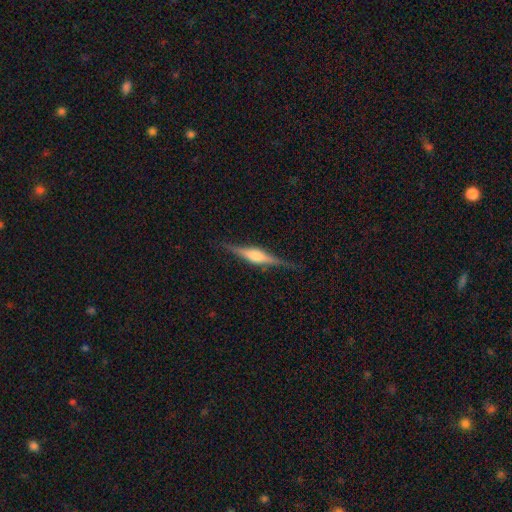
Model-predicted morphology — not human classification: A featured or disk galaxy (76%) viewed edge-on (98%) with a rounded central bulge (79%). Merging: none (87%).